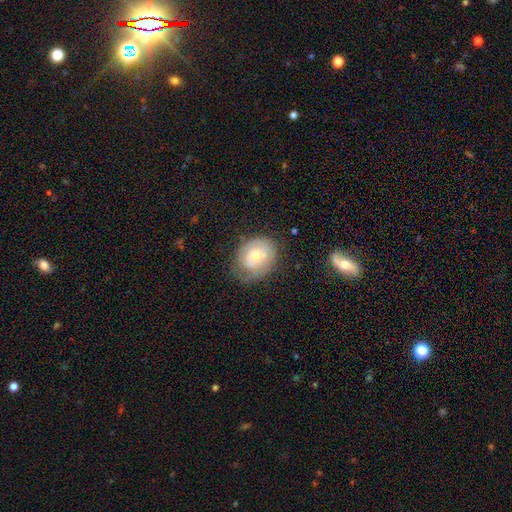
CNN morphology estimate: smooth-or-featured: smooth: 46% (tied) | featured or disk: 46% (tied) | star or artifact: 7%
  merging: none: 53% | minor disturbance: 30% | major disturbance: 14% | merger: 3%